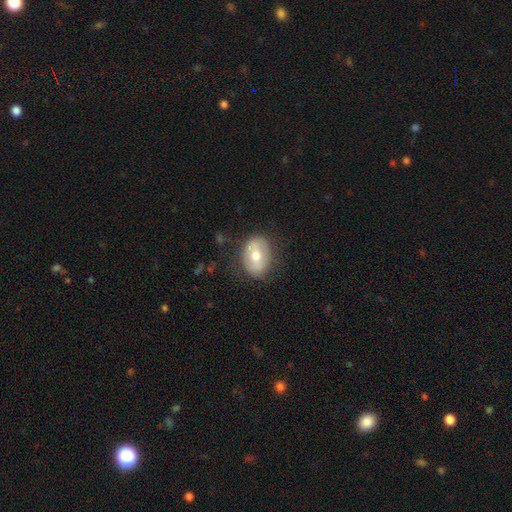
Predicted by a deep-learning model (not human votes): Smooth or featured: smooth — 59% (featured or disk — 34%)
How rounded: in between — 72% (round — 27%)
Merging: none — 75% (minor disturbance — 18%)